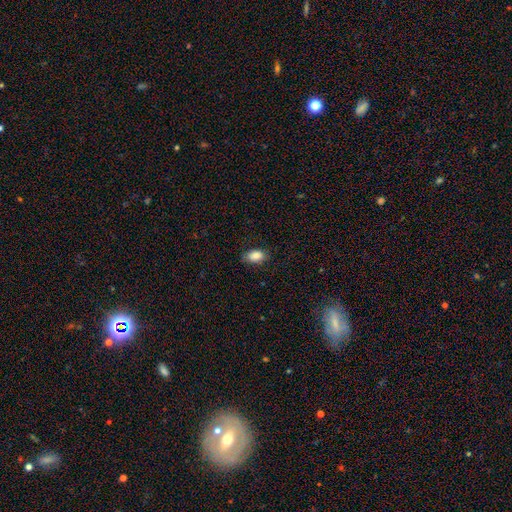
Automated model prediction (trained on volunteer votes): Smooth or featured? Predicted: smooth (p=0.86). How rounded? Predicted: in between (p=0.89). Merging? Predicted: none (p=0.83).